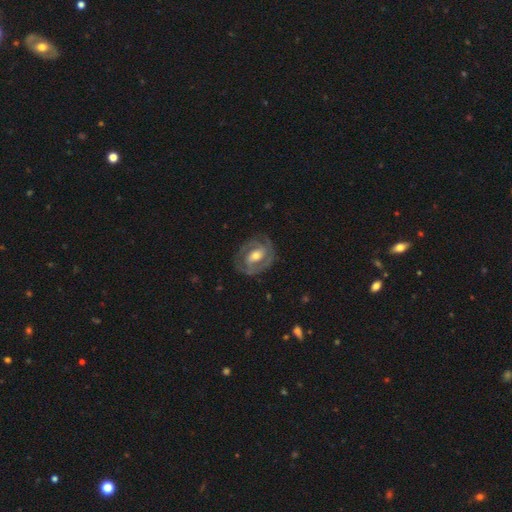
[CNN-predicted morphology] Q: Smooth or featured?
A: featured or disk (79%); runner-up: smooth (17%)
Q: Edge-on disk?
A: no (96%); runner-up: yes (4%)
Q: Bar?
A: weak (39%); runner-up: no (35%)
Q: Spiral arms?
A: yes (82%); runner-up: no (18%)
Q: Spiral winding?
A: tight (58%); runner-up: medium (33%)
Q: Spiral arm count?
A: 2 (73%); runner-up: can't tell (14%)
Q: Bulge size?
A: moderate (62%); runner-up: small (22%)
Q: Merging?
A: none (77%); runner-up: minor disturbance (15%)